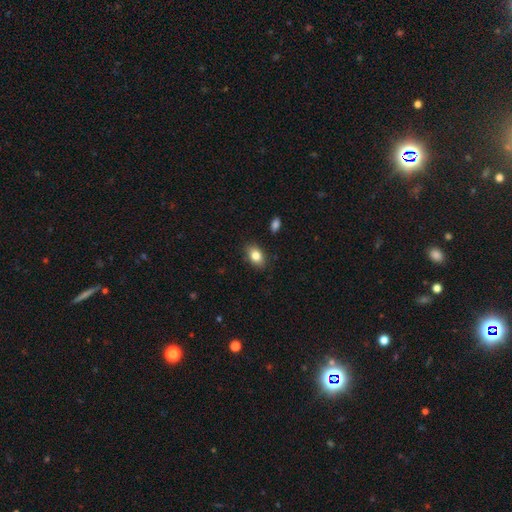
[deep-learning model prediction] The model was most divided on "how rounded": in between: 85%, round: 13%, cigar-shaped: 2%. More confident: merging — none (86%); smooth or featured — smooth (82%).